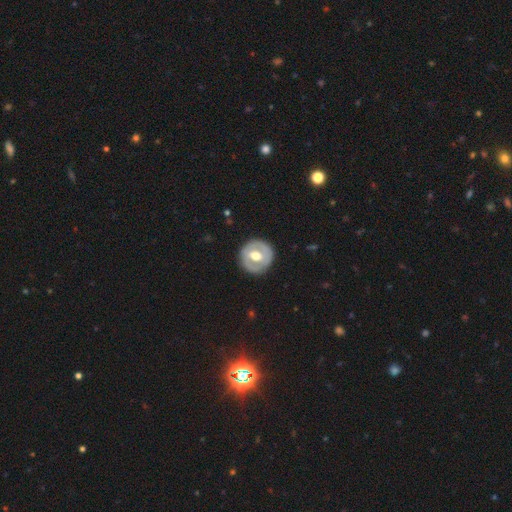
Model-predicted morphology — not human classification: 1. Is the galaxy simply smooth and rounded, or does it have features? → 60% featured or disk, 35% smooth, 5% star or artifact.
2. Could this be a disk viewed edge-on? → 95% no, 5% yes.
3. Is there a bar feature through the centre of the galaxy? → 44% no, 39% weak, 18% strong.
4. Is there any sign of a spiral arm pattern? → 71% no, 29% yes.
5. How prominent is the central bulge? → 70% moderate, 23% large, 5% small, 1% dominant, 1% none.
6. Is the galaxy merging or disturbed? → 86% none, 10% minor disturbance, 3% major disturbance, 1% merger.